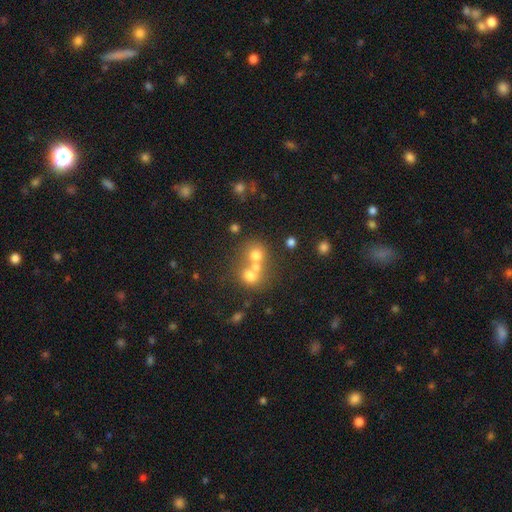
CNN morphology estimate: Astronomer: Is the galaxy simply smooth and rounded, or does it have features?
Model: smooth — 65%.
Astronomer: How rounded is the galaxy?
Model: round — 79%.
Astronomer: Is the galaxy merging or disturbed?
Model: merger — 54% (runner-up: none, 35%).